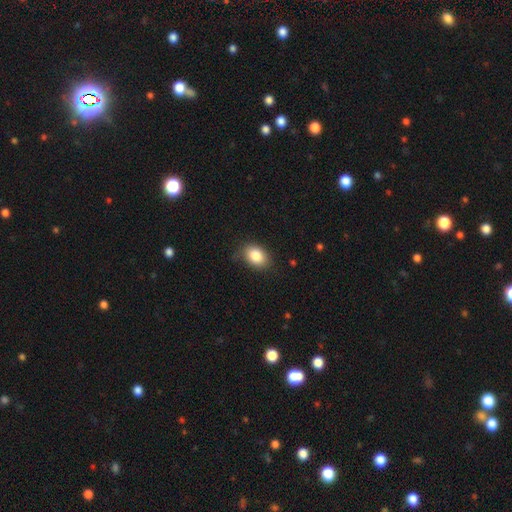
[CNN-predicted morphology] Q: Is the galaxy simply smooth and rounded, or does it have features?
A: smooth — 84%.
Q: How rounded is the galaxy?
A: in between — 74%.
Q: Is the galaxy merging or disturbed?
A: none — 77%.